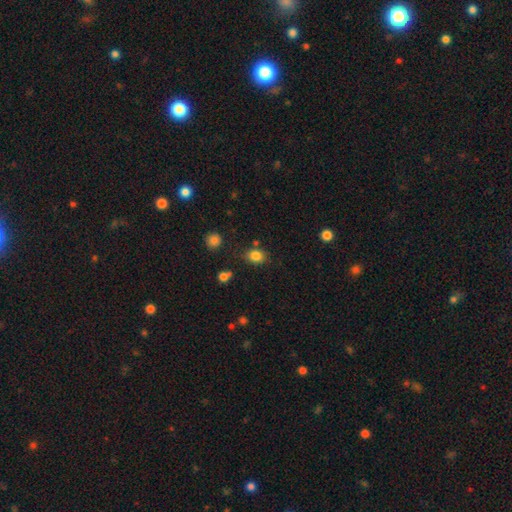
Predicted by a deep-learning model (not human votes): Q: Smooth or featured?
A: smooth (83%); runner-up: star or artifact (12%)
Q: How rounded?
A: in between (53%); runner-up: round (46%)
Q: Merging?
A: none (76%); runner-up: minor disturbance (15%)